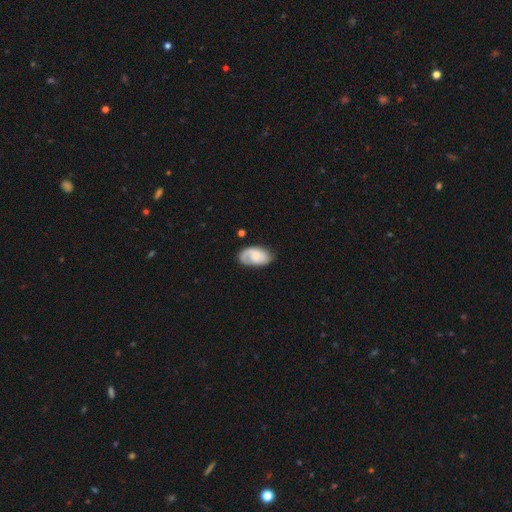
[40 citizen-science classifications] Smooth or featured?
  - featured or disk: 48% *
  - smooth: 42%
  - star or artifact: 10%
Edge-on disk?
  - no: 95% *
  - yes: 5%
Bar?
  - no: 67% *
  - weak: 28%
  - strong: 6%
Spiral arms?
  - yes: 83% *
  - no: 17%
Spiral winding?
  - medium: 47% *
  - tight: 33%
  - loose: 20%
Spiral arm count?
  - 1: 53% *
  - 2: 33%
  - can't tell: 13%
  - 3: 0%
  - 4: 0%
  - more than 4: 0%
Bulge size?
  - none: 56% *
  - moderate: 22%
  - large: 11%
  - dominant: 6%
  - small: 6%
Merging?
  - none: 75% *
  - minor disturbance: 14%
  - major disturbance: 11%
  - merger: 0%